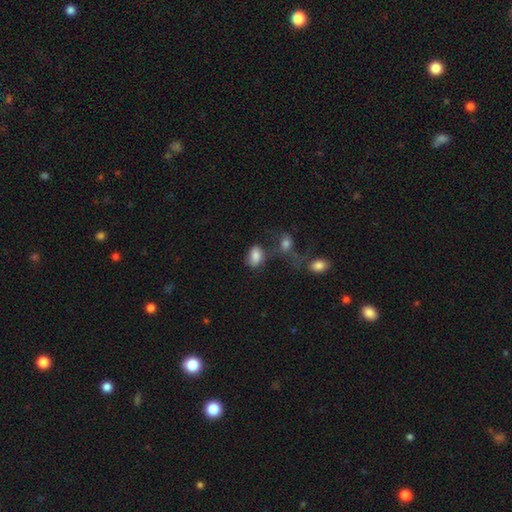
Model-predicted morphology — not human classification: This appears to be a smooth galaxy with no disk features (81%) that is in between round and cigar-shaped (83%). Merging: none (50%).